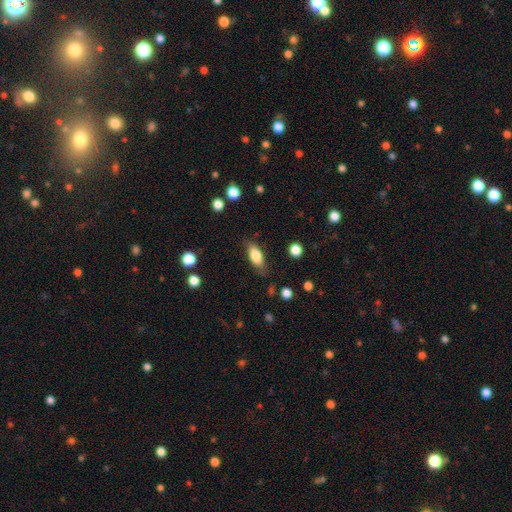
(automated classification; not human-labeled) smooth 78%, featured or disk 15%, star or artifact 7%. Down the decision tree: how rounded — in between (80%); merging — none (77%).